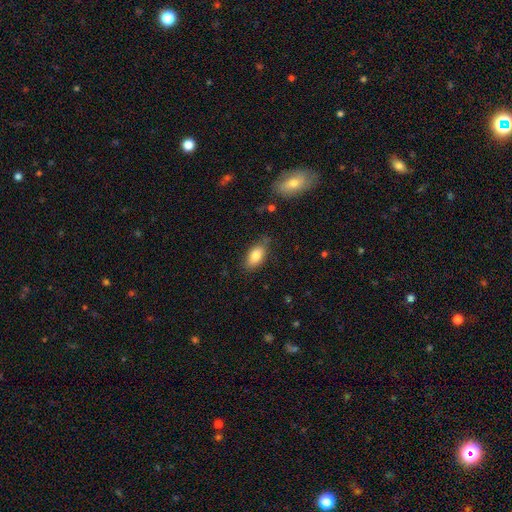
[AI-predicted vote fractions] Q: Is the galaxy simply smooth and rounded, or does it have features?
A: smooth — 82%.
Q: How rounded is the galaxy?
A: in between — 90%.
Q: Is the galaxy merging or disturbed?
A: none — 76%.